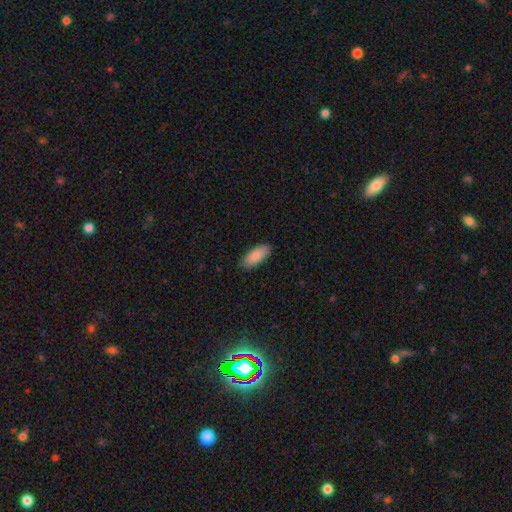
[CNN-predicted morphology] Smooth or featured: smooth — 88% (featured or disk — 7%)
How rounded: in between — 84% (cigar-shaped — 15%)
Merging: none — 87% (minor disturbance — 10%)